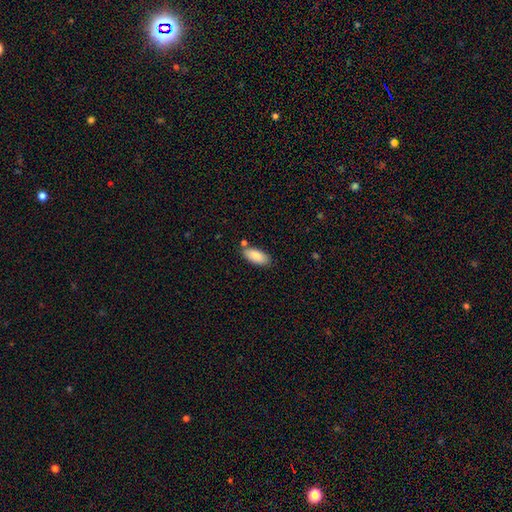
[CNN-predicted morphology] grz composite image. It shows a smooth galaxy with no disk features (87%) that is in between round and cigar-shaped (87%). Merging: none (76%).